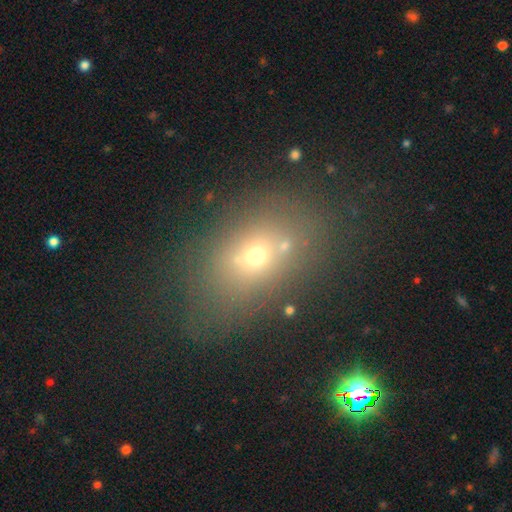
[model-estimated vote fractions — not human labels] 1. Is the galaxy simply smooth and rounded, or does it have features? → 57% smooth, 24% star or artifact, 19% featured or disk.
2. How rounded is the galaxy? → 67% in between, 31% round, 2% cigar-shaped.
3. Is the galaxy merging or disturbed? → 66% none, 14% minor disturbance, 11% merger, 9% major disturbance.